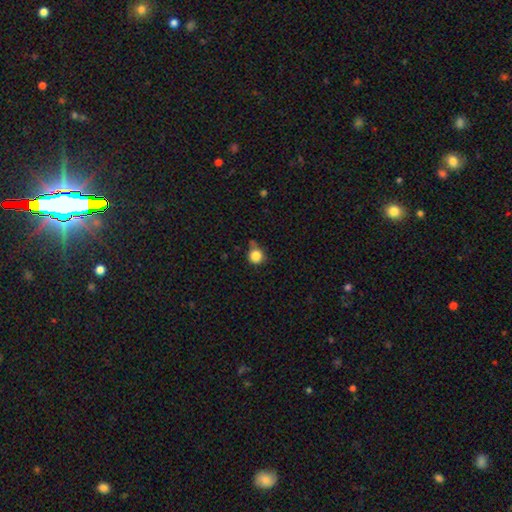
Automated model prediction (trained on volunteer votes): This appears to be a smooth galaxy with no disk features (84%) that is round (92%). Merging: none (64%).